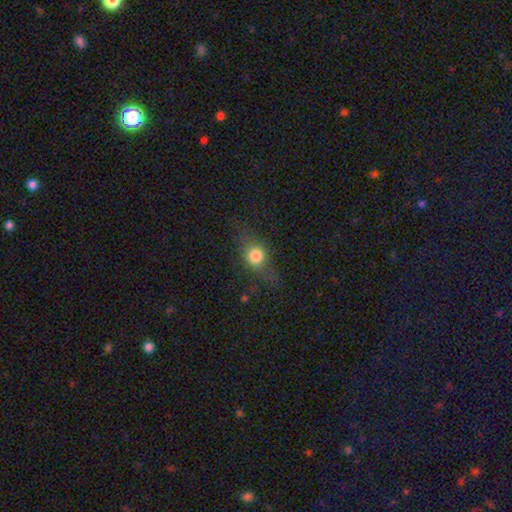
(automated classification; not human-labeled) The model was most divided on "how rounded": round: 63%, in between: 31%, cigar-shaped: 6%. More confident: merging — none (68%); smooth or featured — smooth (66%).